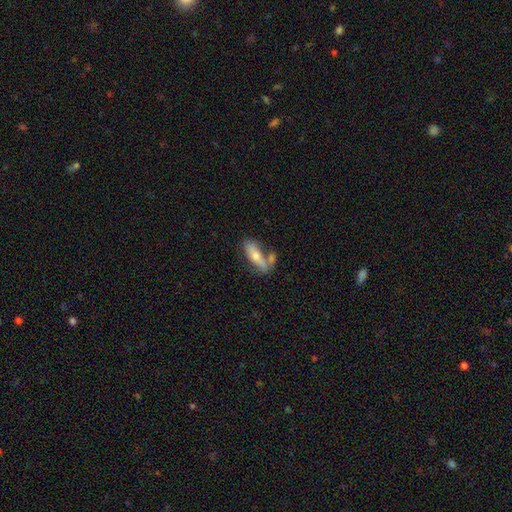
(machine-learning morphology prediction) Smooth or featured? Predicted: smooth (p=0.53). How rounded? Predicted: cigar-shaped (p=0.50). Merging? Predicted: none (p=0.51).